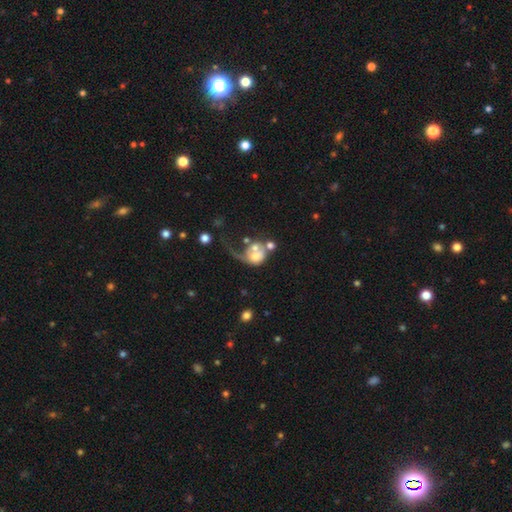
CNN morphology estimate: Q: Smooth or featured?
A: smooth (46%); runner-up: featured or disk (45%)
Q: Merging?
A: major disturbance (40%); runner-up: merger (35%)